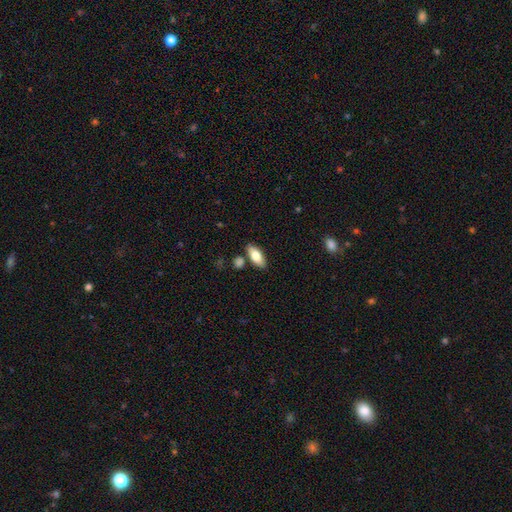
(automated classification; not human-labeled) Morphology: type=smooth (75%); roundness=in between (81%); merging=none (80%).